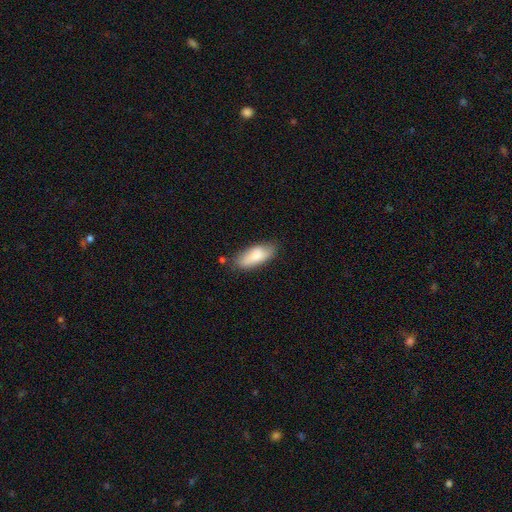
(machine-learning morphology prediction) Smooth or featured?
  - smooth: 82% *
  - featured or disk: 12%
  - star or artifact: 6%
How rounded?
  - in between: 79% *
  - cigar-shaped: 19%
  - round: 2%
Merging?
  - none: 74% *
  - minor disturbance: 20%
  - major disturbance: 4%
  - merger: 3%